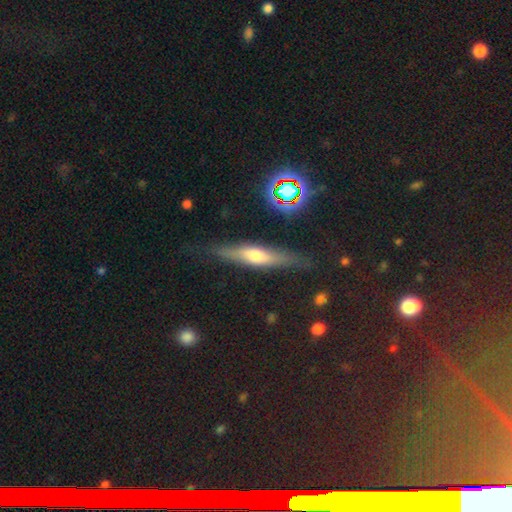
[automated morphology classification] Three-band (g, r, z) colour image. It shows a featured or disk galaxy (54%) viewed edge-on (89%). Merging: none (80%).